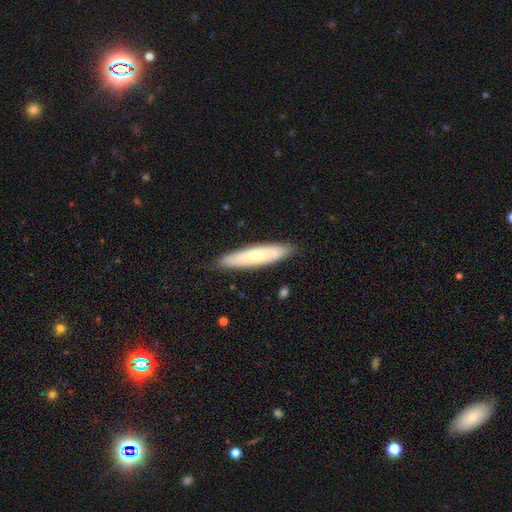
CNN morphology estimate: The model was most divided on "smooth or featured": smooth: 54%, featured or disk: 40%, star or artifact: 6%. More confident: merging — none (85%); how rounded — cigar-shaped (76%).